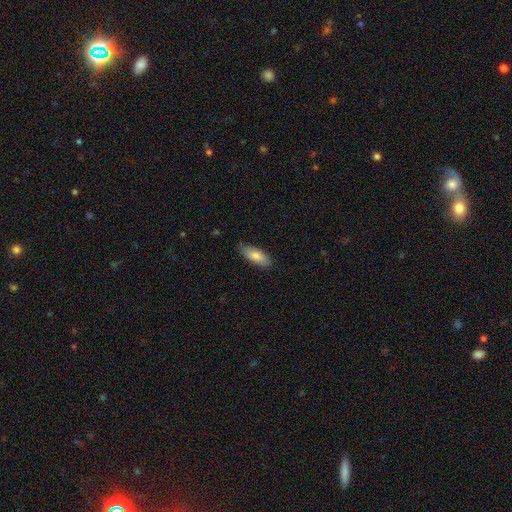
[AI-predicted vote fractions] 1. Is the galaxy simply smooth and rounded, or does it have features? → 79% smooth, 16% featured or disk, 6% star or artifact.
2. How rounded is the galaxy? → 79% in between, 20% cigar-shaped, 2% round.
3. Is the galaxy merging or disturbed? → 81% none, 16% minor disturbance, 2% major disturbance, 1% merger.